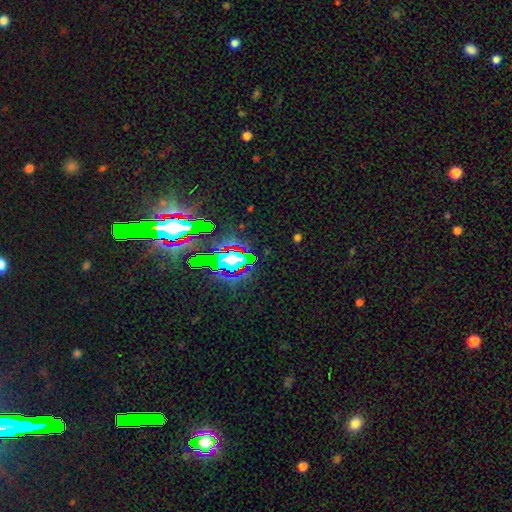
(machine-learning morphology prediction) A star or artifact, not a galaxy (82%).

Vote fractions:
- Smooth or featured? star or artifact: 82% / smooth: 9% / featured or disk: 9%